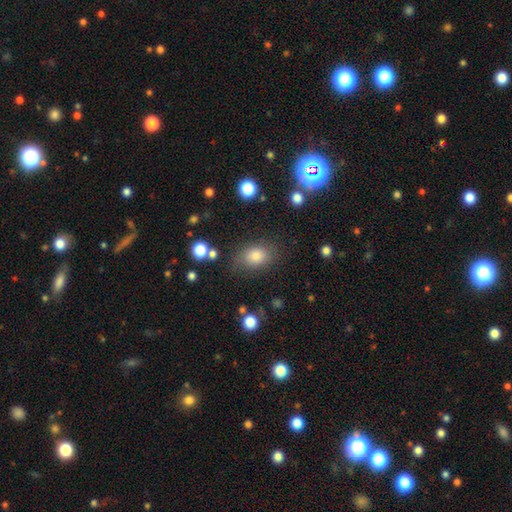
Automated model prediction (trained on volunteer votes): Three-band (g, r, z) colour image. It shows a smooth galaxy with no disk features (79%) that is in between round and cigar-shaped (74%). Merging: none (77%).